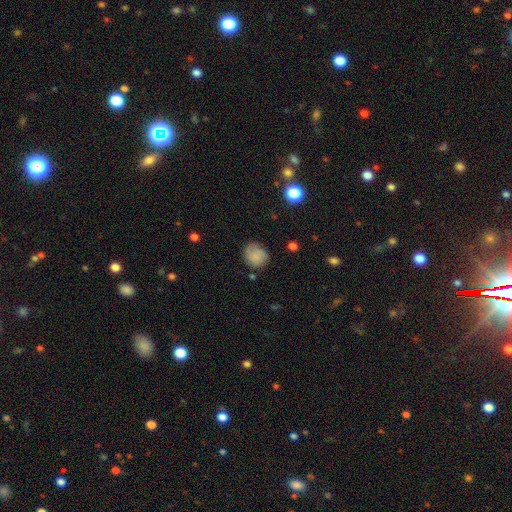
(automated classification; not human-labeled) smooth-or-featured: smooth: 70% | featured or disk: 20% | star or artifact: 9%
  how-rounded: round: 74% | in between: 25% | cigar-shaped: 1%
  merging: none: 69% | minor disturbance: 22% | major disturbance: 6% | merger: 2%